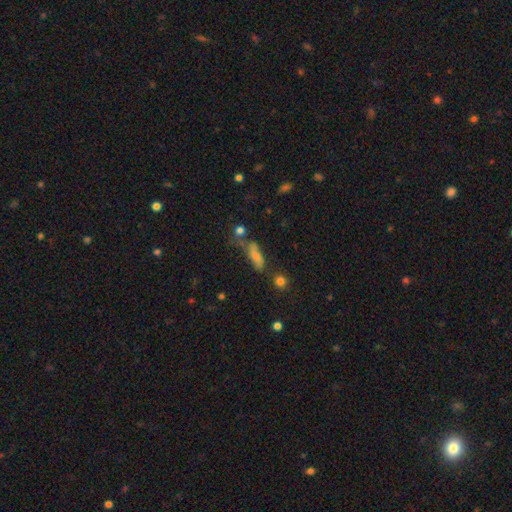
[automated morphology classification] A smooth galaxy with no disk features (68%) that is in between round and cigar-shaped (54%). Merging: none (42%).